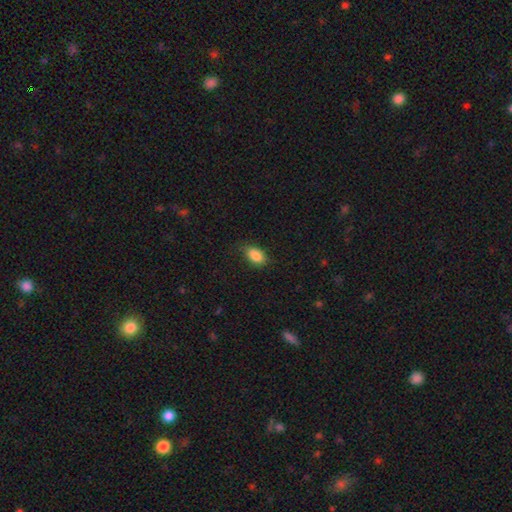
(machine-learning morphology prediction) smooth-or-featured: smooth: 86% | star or artifact: 8% | featured or disk: 6%
  how-rounded: in between: 89% | round: 8% | cigar-shaped: 3%
  merging: none: 70% | minor disturbance: 23% | major disturbance: 5% | merger: 1%